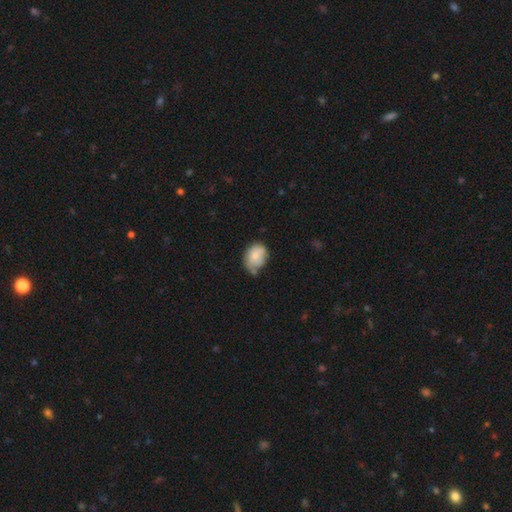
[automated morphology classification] smooth_or_featured: smooth (p=0.72) [alt: featured or disk p=0.20]
how_rounded: in between (p=0.66) [alt: round p=0.33]
merging: none (p=0.44) [alt: minor disturbance p=0.38]